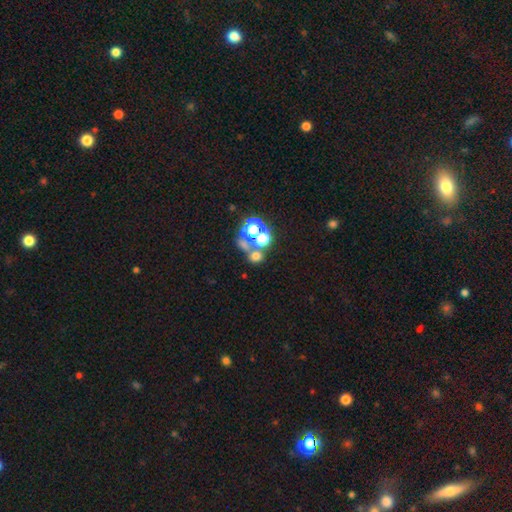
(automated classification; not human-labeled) Overall: smooth (56%; star or artifact 32%). How rounded: round (75%). Merging: none (51%; merger 35%).